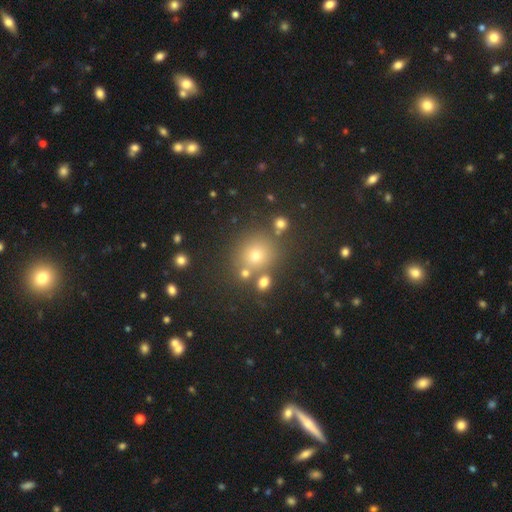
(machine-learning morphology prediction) This is likely a smooth galaxy (66%). How rounded: clearly round (88%). Merging: likely none (77%).